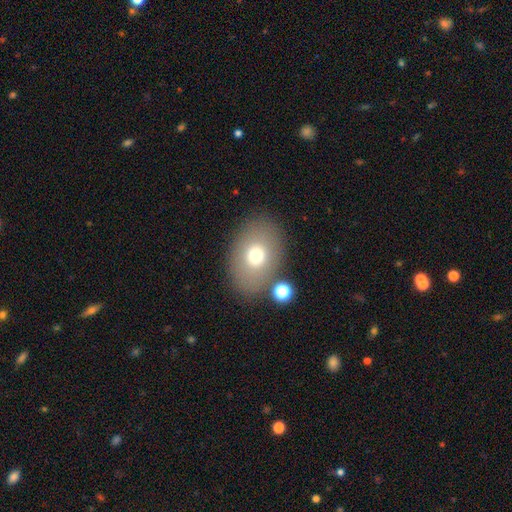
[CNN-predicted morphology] This is likely a smooth galaxy (71%). How rounded: likely in between (73%). Merging: likely none (79%).